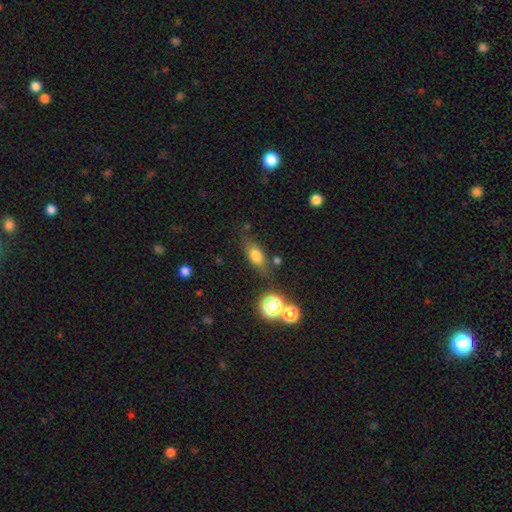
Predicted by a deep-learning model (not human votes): Smooth or featured? Predicted: smooth (p=0.72). How rounded? Predicted: in between (p=0.69). Merging? Predicted: none (p=0.71).